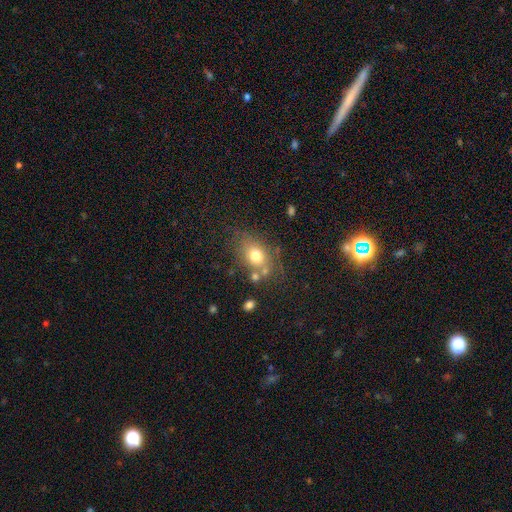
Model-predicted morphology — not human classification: Smooth or featured: smooth — 72% (featured or disk — 15%)
How rounded: in between — 63% (round — 35%)
Merging: none — 65% (minor disturbance — 16%)